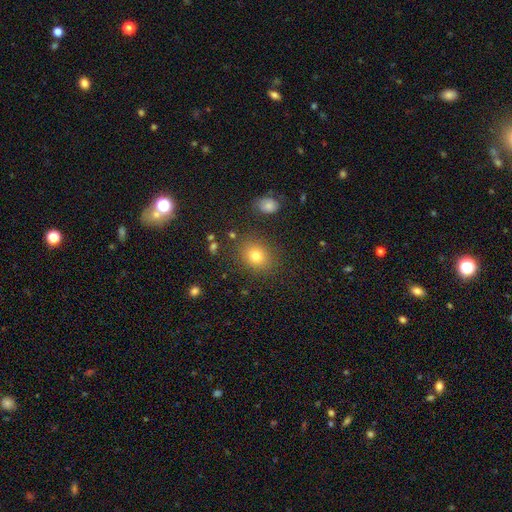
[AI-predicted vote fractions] Smooth or featured? Predicted: smooth (p=0.78). How rounded? Predicted: round (p=0.58). Merging? Predicted: none (p=0.84).